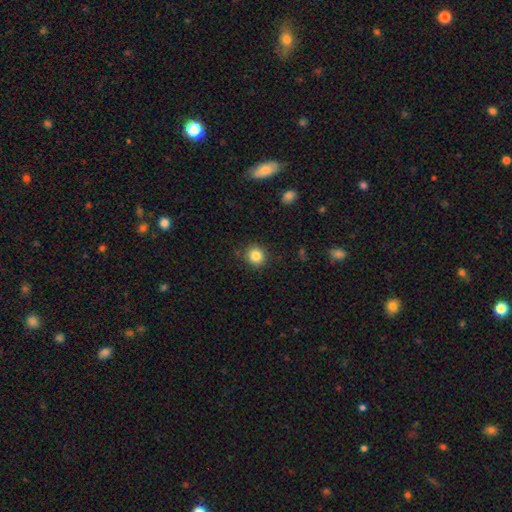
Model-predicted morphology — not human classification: Smooth or featured? Predicted: smooth (p=0.84). How rounded? Predicted: round (p=0.87). Merging? Predicted: none (p=0.88).